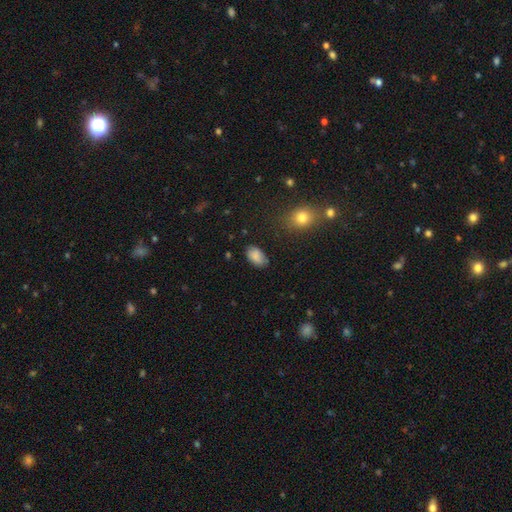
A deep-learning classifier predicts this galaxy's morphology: smooth_or_featured: smooth (p=0.85) [alt: star or artifact p=0.08]
how_rounded: in between (p=0.92) [alt: round p=0.06]
merging: none (p=0.79) [alt: minor disturbance p=0.16]